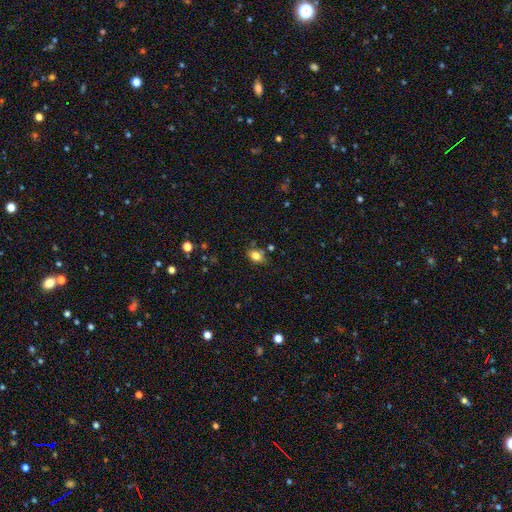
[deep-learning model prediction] The model was most divided on "how rounded": in between: 75%, round: 23%, cigar-shaped: 2%. More confident: smooth or featured — smooth (79%); merging — none (74%).